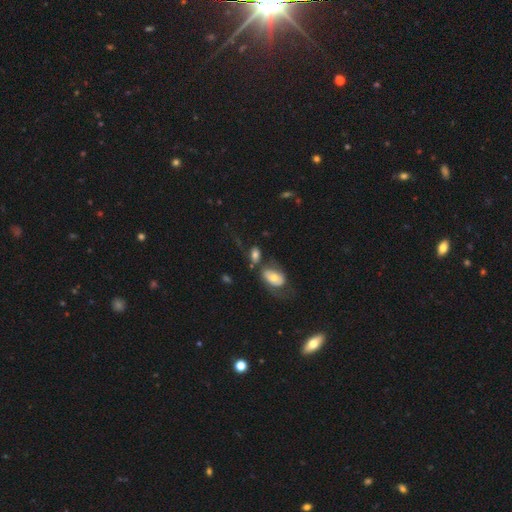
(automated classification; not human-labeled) Smooth or featured: featured or disk — 45% (smooth — 35%)
Merging: none — 45% (merger — 24%)